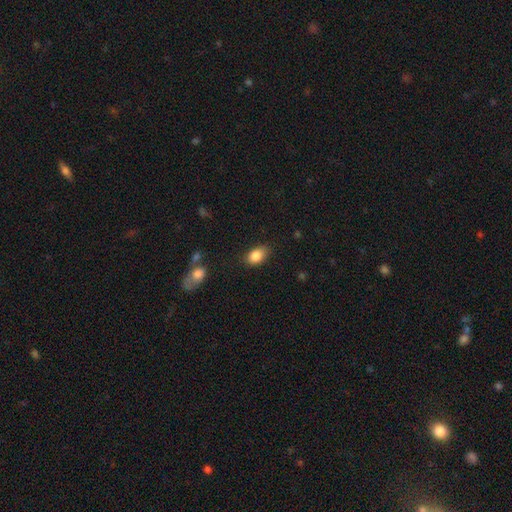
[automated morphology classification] smooth 86%, star or artifact 8%, featured or disk 5%. Down the decision tree: how rounded — in between (83%); merging — none (77%).